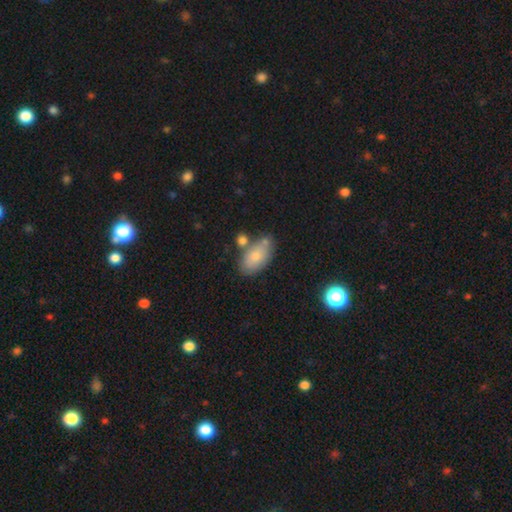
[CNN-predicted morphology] smooth 73%, featured or disk 19%, star or artifact 8%. Down the decision tree: how rounded — in between (91%); merging — none (59%).